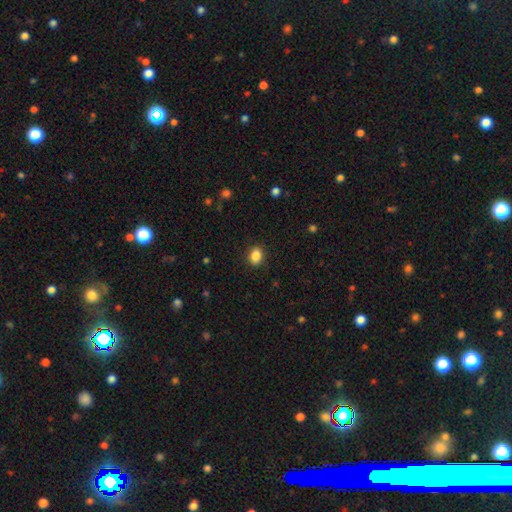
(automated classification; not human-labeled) Overall: smooth (87%). How rounded: in between (64%; round 35%). Merging: none (89%).